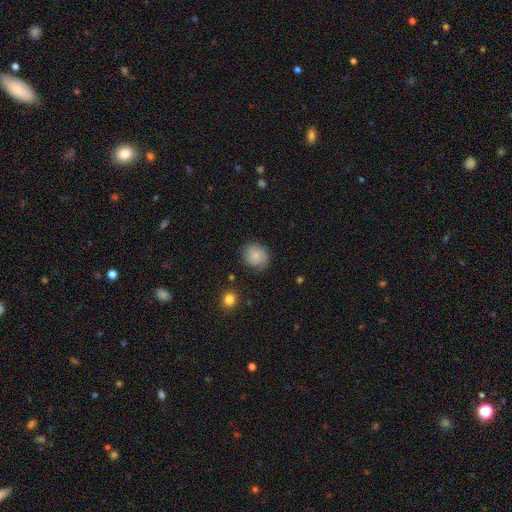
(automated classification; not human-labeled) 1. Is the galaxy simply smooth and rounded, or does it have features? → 71% smooth, 20% featured or disk, 9% star or artifact.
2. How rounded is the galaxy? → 79% round, 20% in between, 1% cigar-shaped.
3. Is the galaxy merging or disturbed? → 78% none, 17% minor disturbance, 4% major disturbance, 1% merger.